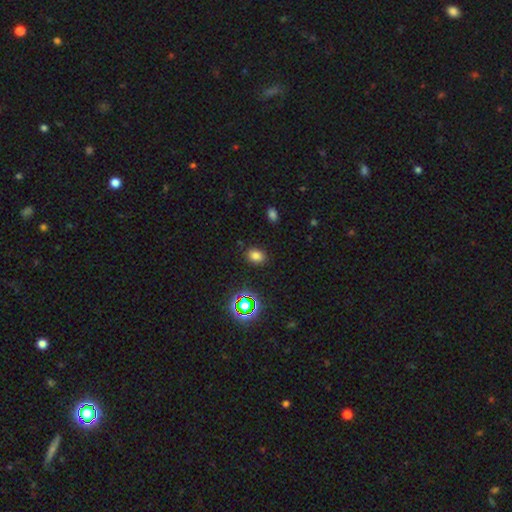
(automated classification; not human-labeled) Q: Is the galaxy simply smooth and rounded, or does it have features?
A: smooth — 75%.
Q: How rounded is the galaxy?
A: in between — 66%.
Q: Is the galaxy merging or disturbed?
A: none — 87%.